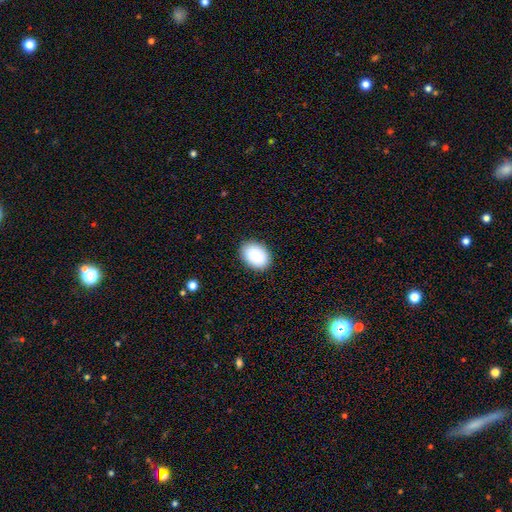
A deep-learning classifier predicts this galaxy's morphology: This appears to be a smooth galaxy with no disk features (89%) that is in between round and cigar-shaped (74%). Merging: none (88%).